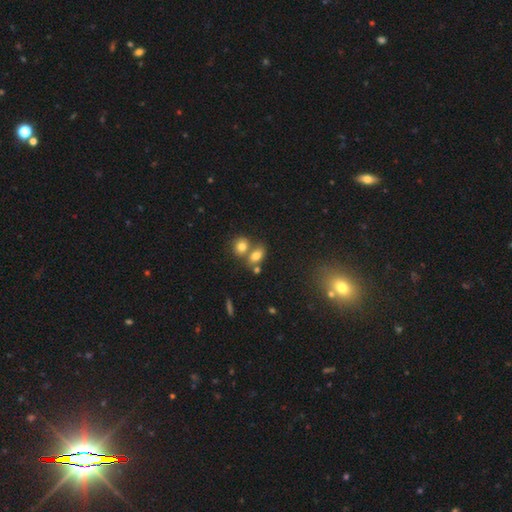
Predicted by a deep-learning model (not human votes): This is likely a smooth galaxy (75%). How rounded: likely in between (73%). Merging: possibly merger (45%).